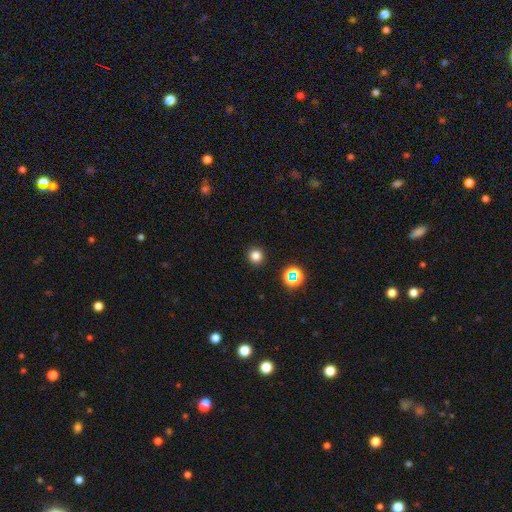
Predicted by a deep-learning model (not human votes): The model was most divided on "smooth or featured": smooth: 78%, star or artifact: 17%, featured or disk: 5%. More confident: how rounded — round (94%); merging — none (92%).